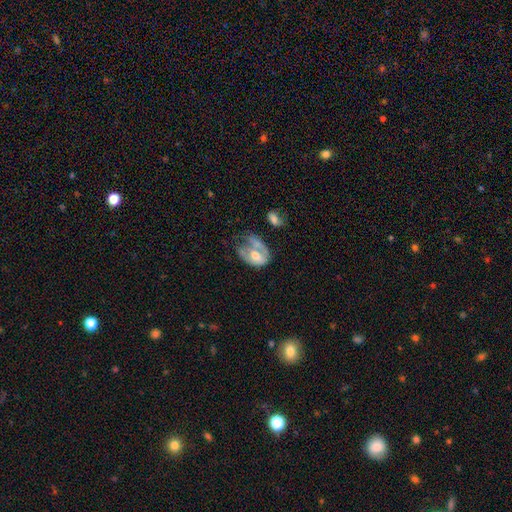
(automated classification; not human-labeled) Smooth or featured?
  - featured or disk: 52% *
  - smooth: 41%
  - star or artifact: 7%
Edge-on disk?
  - no: 96% *
  - yes: 4%
Bar?
  - no: 71% *
  - weak: 22%
  - strong: 6%
Spiral arms?
  - no: 60% *
  - yes: 40%
Bulge size?
  - moderate: 61% *
  - small: 21%
  - large: 11%
  - none: 6%
  - dominant: 2%
Merging?
  - major disturbance: 38% *
  - minor disturbance: 22%
  - merger: 20%
  - none: 20%